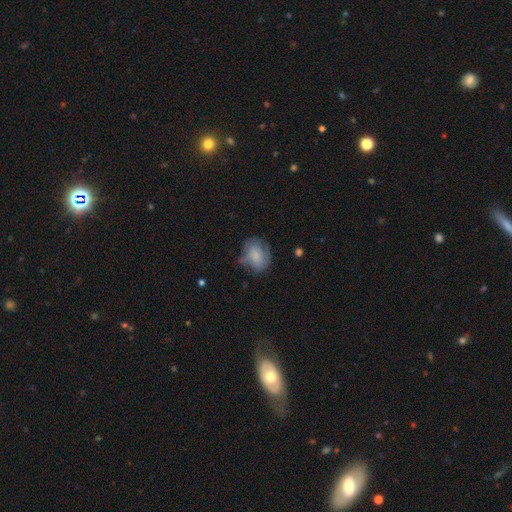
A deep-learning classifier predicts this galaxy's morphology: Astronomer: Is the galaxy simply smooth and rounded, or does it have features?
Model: smooth — 64%.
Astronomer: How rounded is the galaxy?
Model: round — 51% (runner-up: in between, 48%).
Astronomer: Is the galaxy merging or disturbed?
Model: none — 47% (runner-up: minor disturbance, 33%).